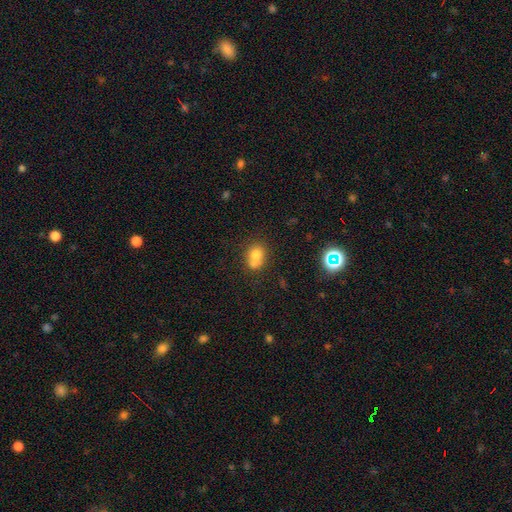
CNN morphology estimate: Smooth or featured?
  - smooth: 71% *
  - featured or disk: 16%
  - star or artifact: 13%
How rounded?
  - round: 61% *
  - in between: 38%
  - cigar-shaped: 1%
Merging?
  - merger: 43% *
  - none: 39%
  - minor disturbance: 12%
  - major disturbance: 5%